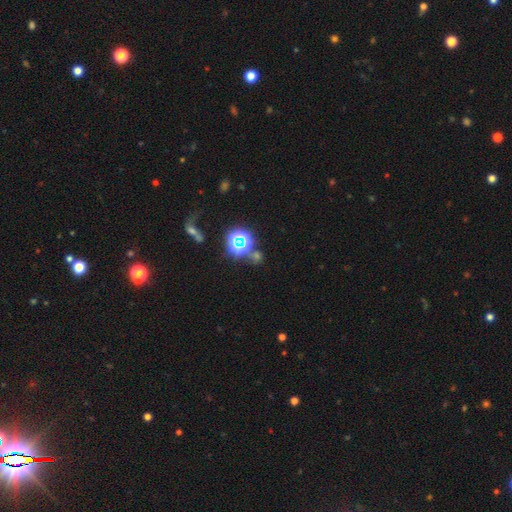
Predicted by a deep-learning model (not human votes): This is likely a star or artifact rather than a galaxy (62%).